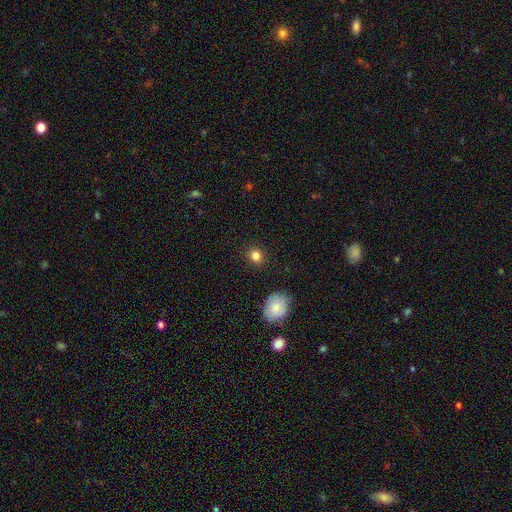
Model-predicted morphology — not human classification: Smooth or featured: smooth — 84% (star or artifact — 11%)
How rounded: round — 81% (in between — 18%)
Merging: none — 89% (minor disturbance — 7%)